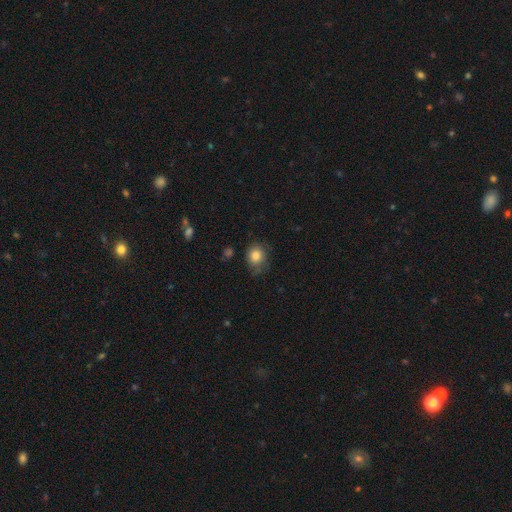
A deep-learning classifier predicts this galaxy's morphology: The model was most divided on "merging": none: 62%, minor disturbance: 27%, major disturbance: 9%, merger: 2%. More confident: smooth or featured — smooth (81%); how rounded — round (69%).